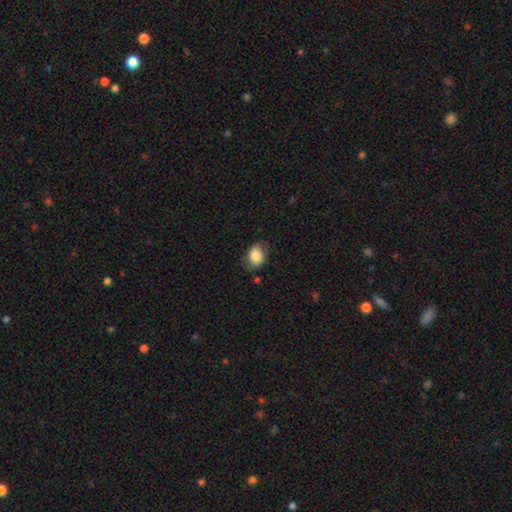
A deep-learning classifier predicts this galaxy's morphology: A smooth galaxy with no disk features (84%) that is in between round and cigar-shaped (64%).

Vote fractions:
- Smooth or featured? smooth: 84% / featured or disk: 8% / star or artifact: 8%
- How rounded? in between: 64% / round: 35% / cigar-shaped: 1%
- Merging? none: 75% / minor disturbance: 19% / major disturbance: 5% / merger: 2%